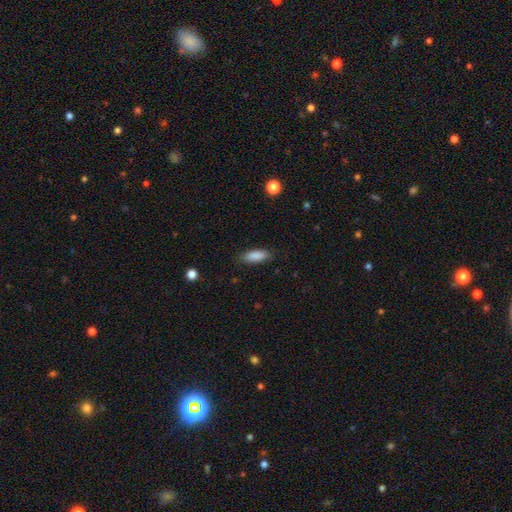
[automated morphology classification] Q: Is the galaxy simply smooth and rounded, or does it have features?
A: smooth — 88%.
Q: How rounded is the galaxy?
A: in between — 70%.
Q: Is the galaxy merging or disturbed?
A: none — 85%.